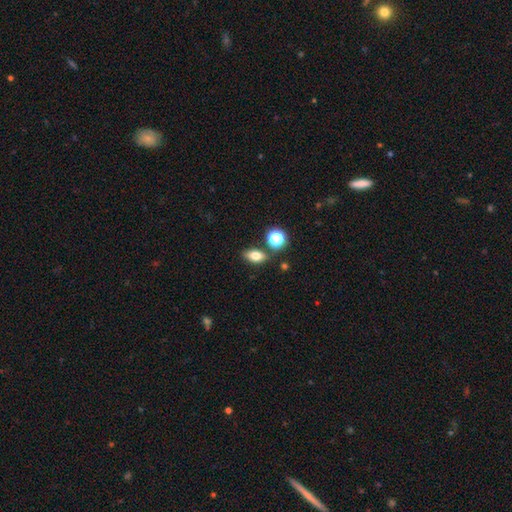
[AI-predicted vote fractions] The model was most divided on "smooth or featured": smooth: 73%, featured or disk: 14%, star or artifact: 13%. More confident: how rounded — in between (78%); merging — none (77%).